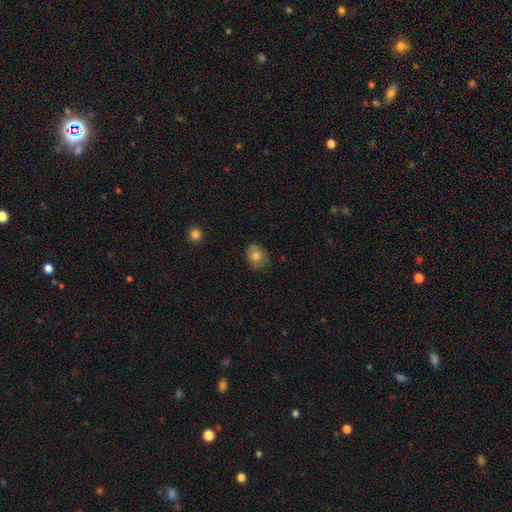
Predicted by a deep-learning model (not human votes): A smooth galaxy with no disk features (77%) that is in between round and cigar-shaped (50%). Merging: none (81%).